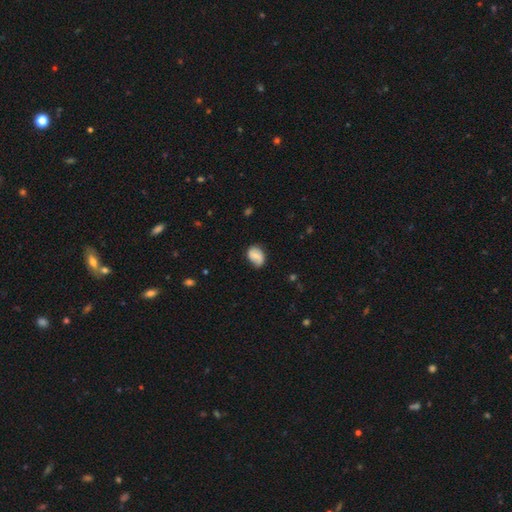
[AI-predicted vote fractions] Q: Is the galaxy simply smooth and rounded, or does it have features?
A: smooth — 61%.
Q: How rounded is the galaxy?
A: in between — 72%.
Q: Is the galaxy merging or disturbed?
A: none — 66%.